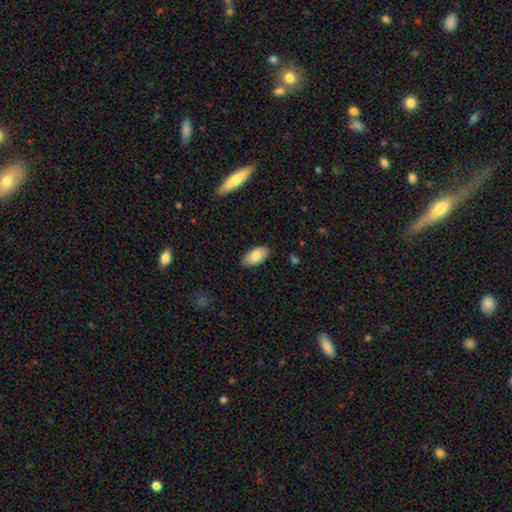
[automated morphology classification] Smooth or featured? smooth (80%)
How rounded? in between (94%)
Merging? none (86%)